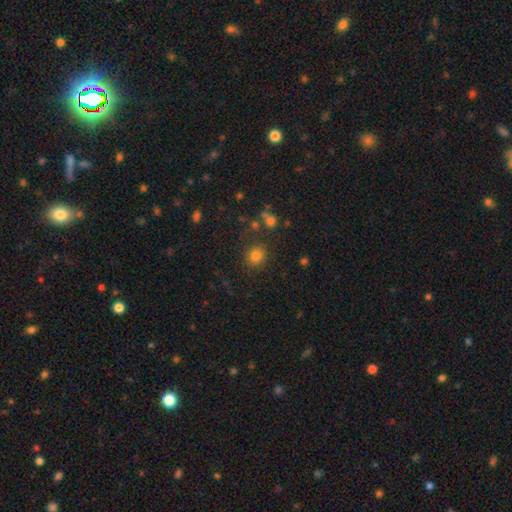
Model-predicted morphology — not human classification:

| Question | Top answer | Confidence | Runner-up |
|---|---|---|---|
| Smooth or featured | smooth | 80% | star or artifact (14%) |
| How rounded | round | 82% | in between (17%) |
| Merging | none | 81% | minor disturbance (10%) |